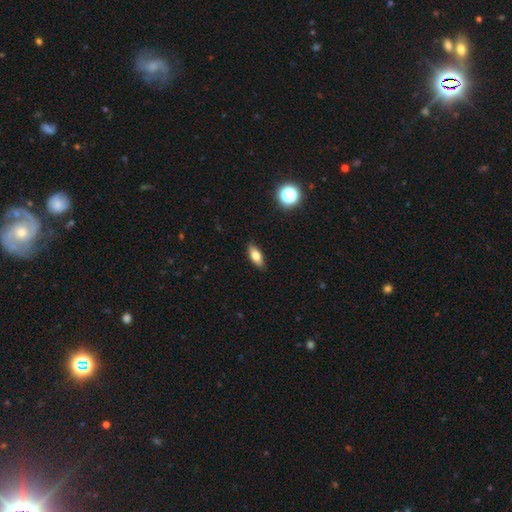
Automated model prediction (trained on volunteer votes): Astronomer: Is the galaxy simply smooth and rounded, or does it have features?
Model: smooth — 72%.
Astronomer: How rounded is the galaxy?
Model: in between — 78%.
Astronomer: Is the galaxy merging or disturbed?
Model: none — 88%.